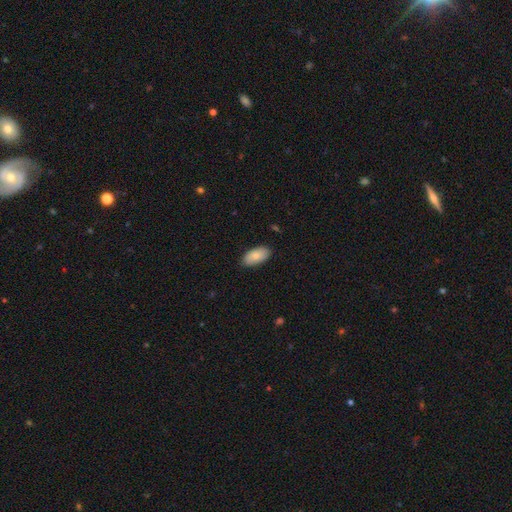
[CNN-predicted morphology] Smooth or featured? smooth (84%)
How rounded? in between (94%)
Merging? none (86%)